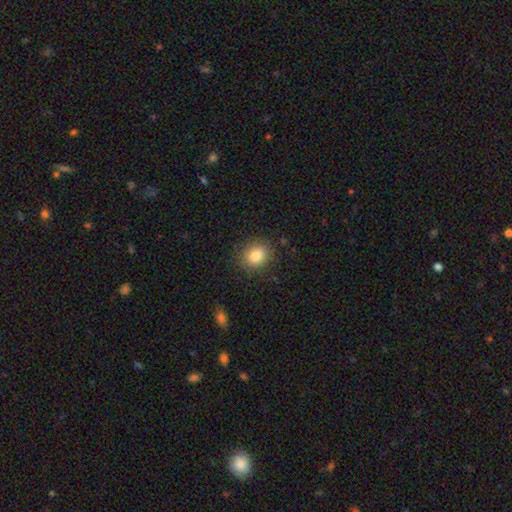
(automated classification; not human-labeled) Q: Smooth or featured?
A: smooth (82%); runner-up: star or artifact (11%)
Q: How rounded?
A: round (73%); runner-up: in between (26%)
Q: Merging?
A: none (86%); runner-up: minor disturbance (10%)